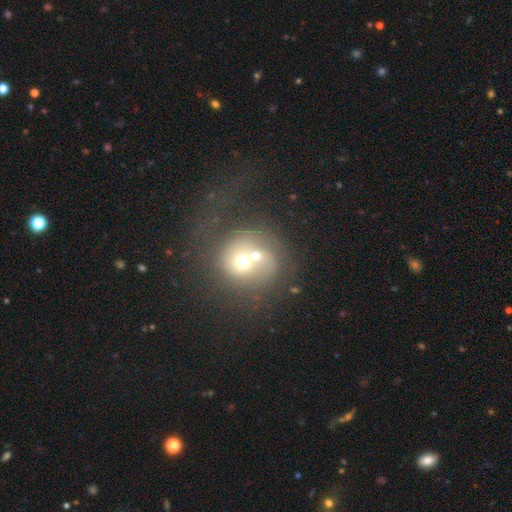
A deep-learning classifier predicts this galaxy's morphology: This is possibly a smooth galaxy (52%). How rounded: clearly round (83%). Merging: likely merger (60%).